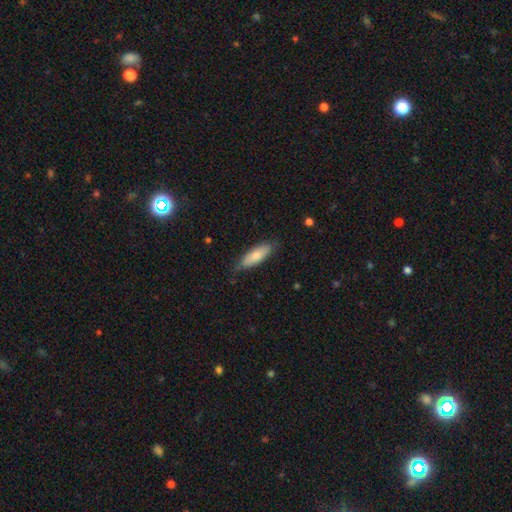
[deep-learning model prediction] This appears to be a smooth galaxy with no disk features (77%) that is in between round and cigar-shaped (56%). Merging: none (77%).